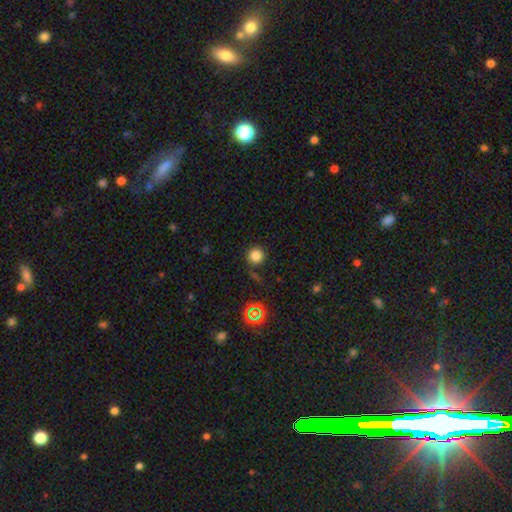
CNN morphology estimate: This is likely a smooth galaxy (79%). How rounded: clearly round (95%). Merging: clearly none (84%).